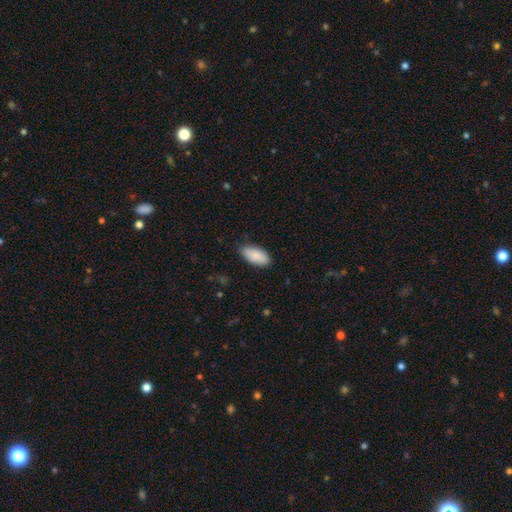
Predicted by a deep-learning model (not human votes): A smooth galaxy with no disk features (88%) that is in between round and cigar-shaped (92%).

Vote fractions:
- Smooth or featured? smooth: 88% / star or artifact: 6% / featured or disk: 6%
- How rounded? in between: 92% / cigar-shaped: 6% / round: 2%
- Merging? none: 84% / minor disturbance: 13% / major disturbance: 2% / merger: 1%